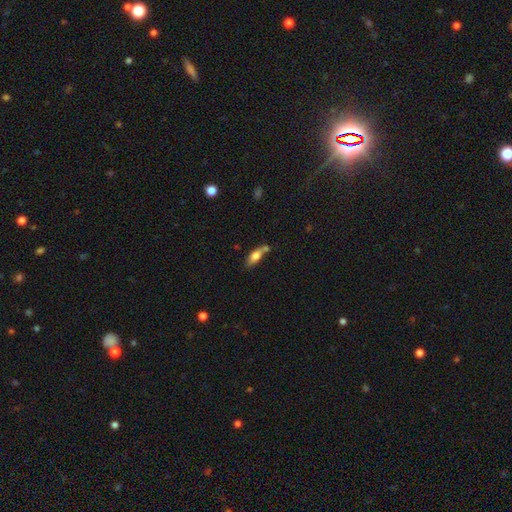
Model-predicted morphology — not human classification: This is likely a smooth galaxy (70%). How rounded: likely in between (70%). Merging: marginally none (45%).